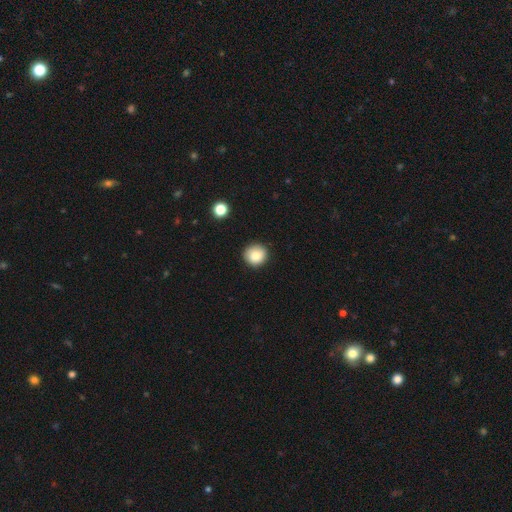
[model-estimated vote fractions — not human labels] Smooth or featured? smooth (84%)
How rounded? round (93%)
Merging? none (88%)